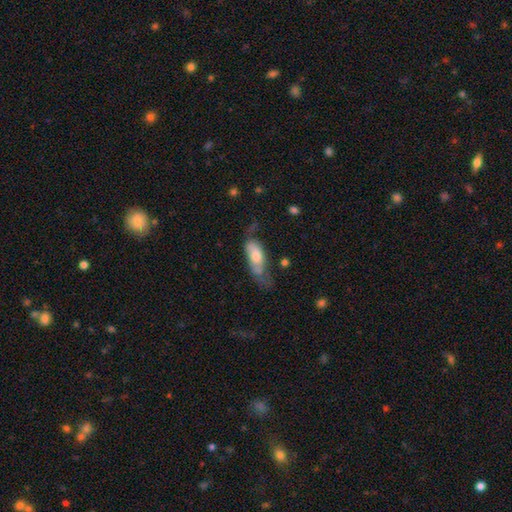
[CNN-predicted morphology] This is likely a smooth galaxy (64%). How rounded: likely in between (77%). Merging: marginally major disturbance (33%).